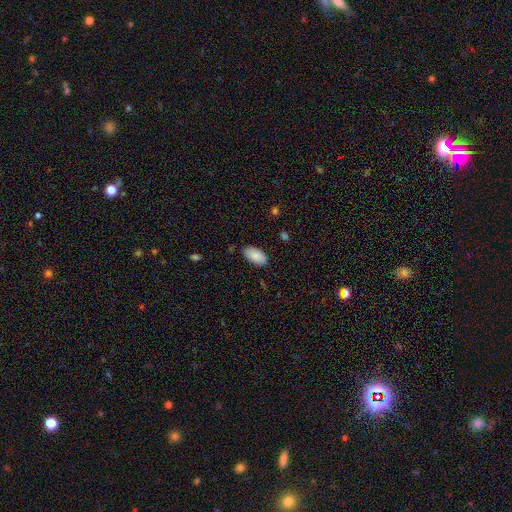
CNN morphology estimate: Smooth or featured?
  - smooth: 88% *
  - star or artifact: 6%
  - featured or disk: 6%
How rounded?
  - in between: 95% *
  - round: 2%
  - cigar-shaped: 2%
Merging?
  - none: 84% *
  - minor disturbance: 12%
  - major disturbance: 2%
  - merger: 1%